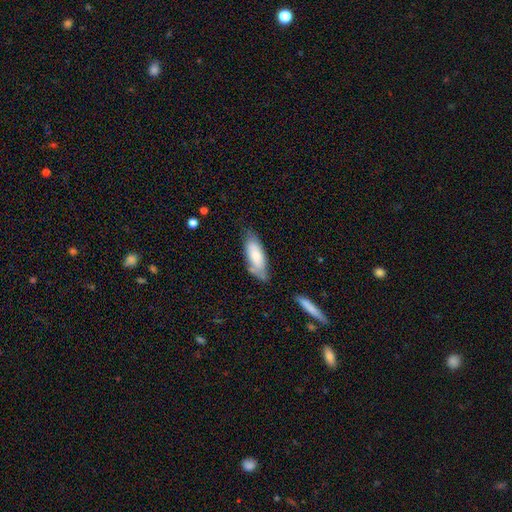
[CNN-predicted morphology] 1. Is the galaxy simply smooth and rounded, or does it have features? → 75% smooth, 19% featured or disk, 6% star or artifact.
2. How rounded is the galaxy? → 72% in between, 26% cigar-shaped, 2% round.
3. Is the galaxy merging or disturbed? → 65% none, 25% minor disturbance, 6% major disturbance, 4% merger.